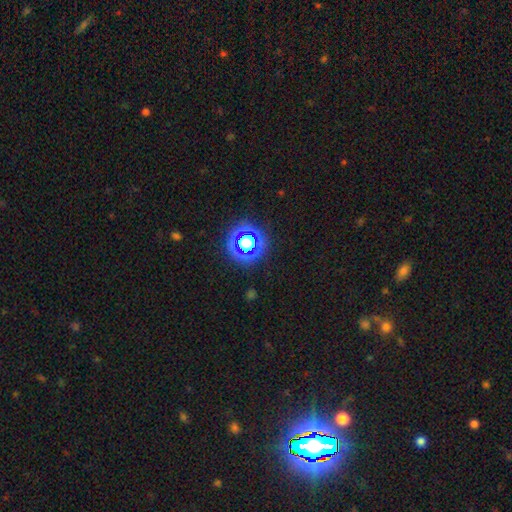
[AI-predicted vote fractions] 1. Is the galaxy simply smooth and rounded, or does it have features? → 73% star or artifact, 21% smooth, 6% featured or disk.